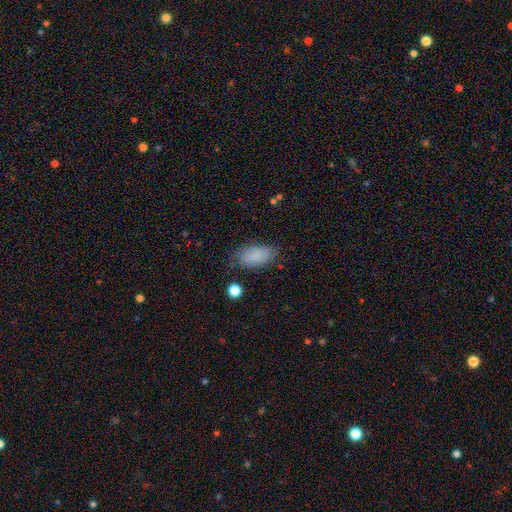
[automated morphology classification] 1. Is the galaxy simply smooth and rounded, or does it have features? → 87% smooth, 8% star or artifact, 6% featured or disk.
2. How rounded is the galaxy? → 92% in between, 4% cigar-shaped, 3% round.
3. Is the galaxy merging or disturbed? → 77% none, 17% minor disturbance, 5% major disturbance, 2% merger.